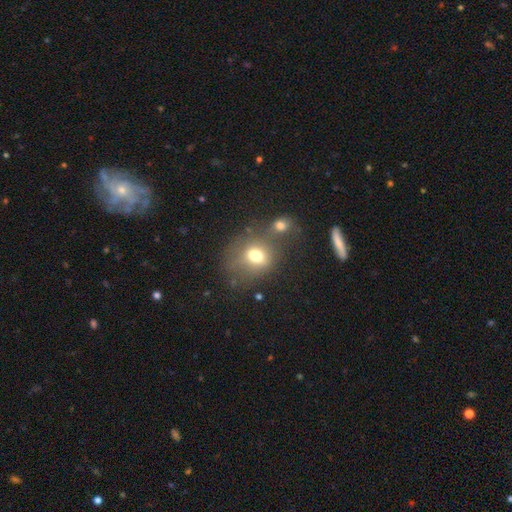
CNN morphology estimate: smooth-or-featured: smooth: 70% | featured or disk: 16% | star or artifact: 14%
  how-rounded: round: 54% | in between: 45% | cigar-shaped: 1%
  merging: none: 41% | merger: 34% | minor disturbance: 16% | major disturbance: 10%